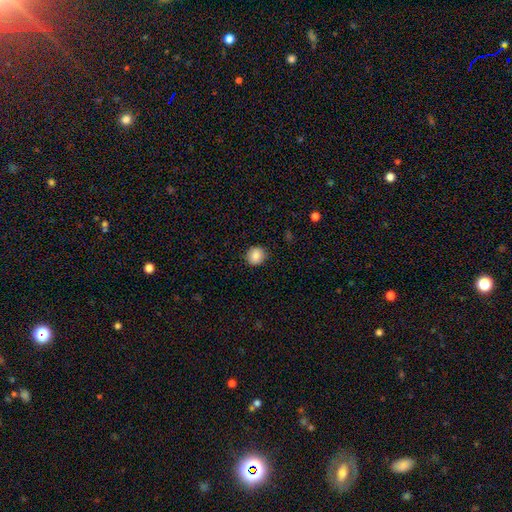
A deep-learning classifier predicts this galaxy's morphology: This appears to be a smooth galaxy with no disk features (87%) that is round (82%). Merging: none (89%).